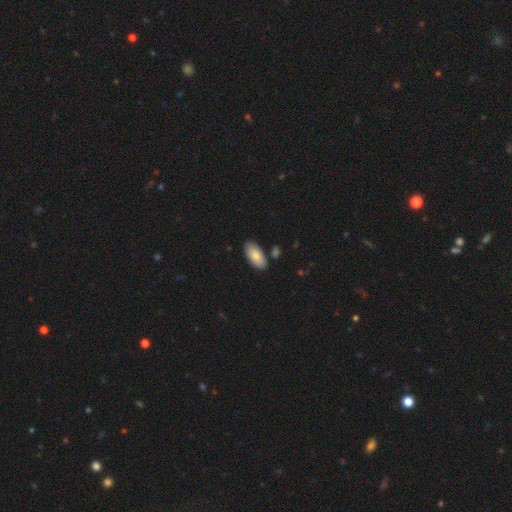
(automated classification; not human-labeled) Smooth or featured?
  - smooth: 84% *
  - featured or disk: 10%
  - star or artifact: 6%
How rounded?
  - in between: 94% *
  - cigar-shaped: 4%
  - round: 2%
Merging?
  - none: 83% *
  - minor disturbance: 11%
  - merger: 4%
  - major disturbance: 2%